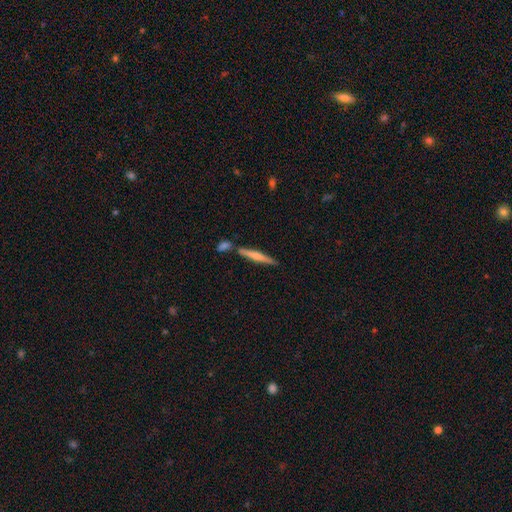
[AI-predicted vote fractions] Morphology: type=smooth (49%); merging=none (73%).